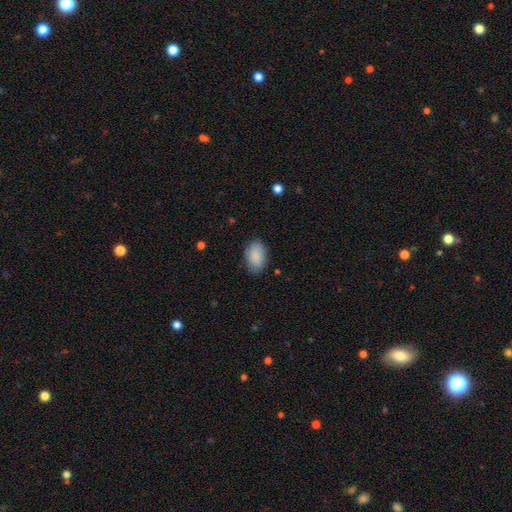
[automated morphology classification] smooth_or_featured: smooth (p=0.90) [alt: star or artifact p=0.06]
how_rounded: in between (p=0.90) [alt: round p=0.09]
merging: none (p=0.83) [alt: minor disturbance p=0.13]